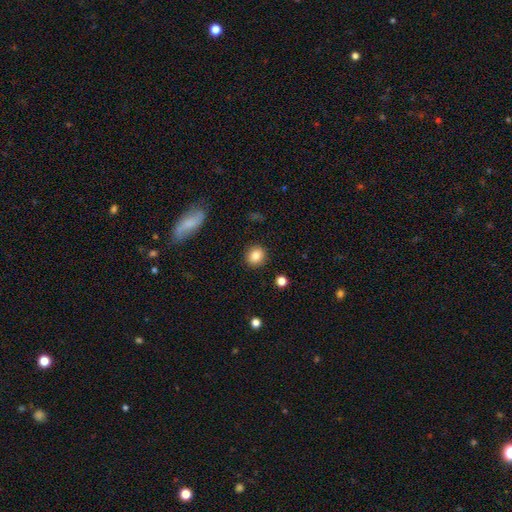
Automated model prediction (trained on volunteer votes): Q: Smooth or featured?
A: smooth (84%); runner-up: star or artifact (9%)
Q: How rounded?
A: round (80%); runner-up: in between (19%)
Q: Merging?
A: none (90%); runner-up: minor disturbance (6%)